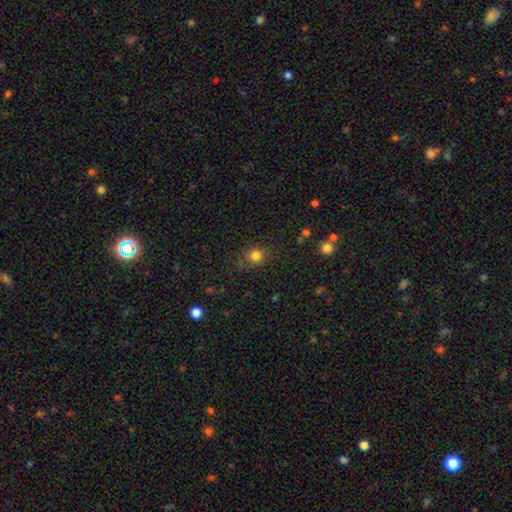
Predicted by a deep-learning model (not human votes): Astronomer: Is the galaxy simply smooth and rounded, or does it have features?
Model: smooth — 80%.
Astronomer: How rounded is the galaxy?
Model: round — 85%.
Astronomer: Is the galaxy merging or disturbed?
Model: none — 78%.